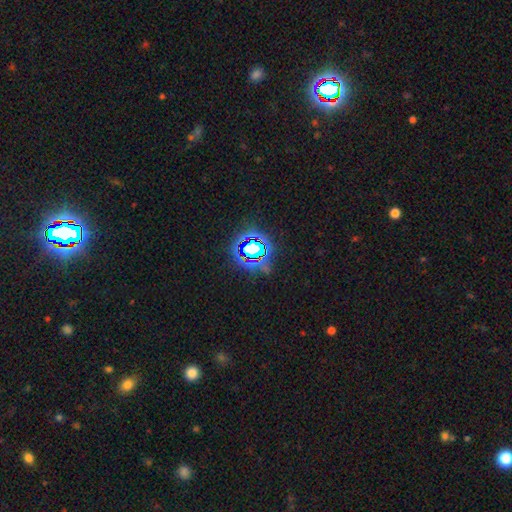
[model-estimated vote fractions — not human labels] smooth_or_featured: star or artifact (p=0.78) [alt: smooth p=0.14]